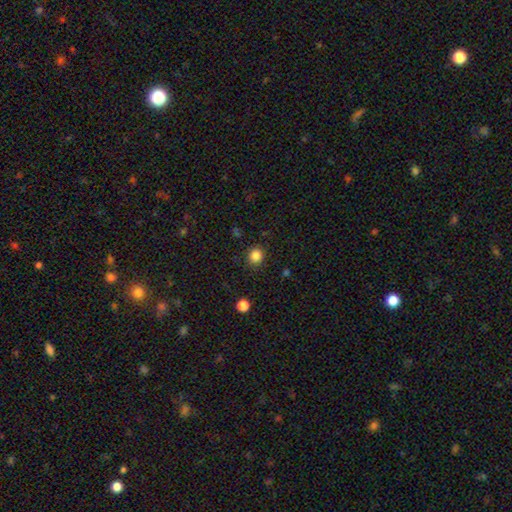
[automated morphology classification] This appears to be a smooth galaxy with no disk features (84%) that is round (84%). Merging: none (88%).